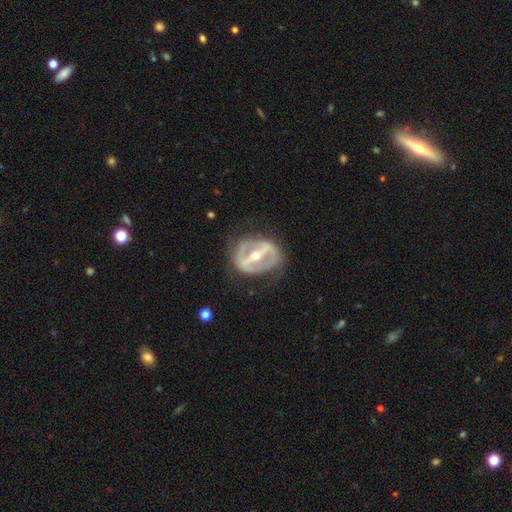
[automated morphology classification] Overall: featured or disk (82%). Edge-on disk: no (90%). Bar: strong (79%). Spiral arms: no (62%; yes 38%). Bulge size: moderate (56%; small 41%). Merging: none (69%).